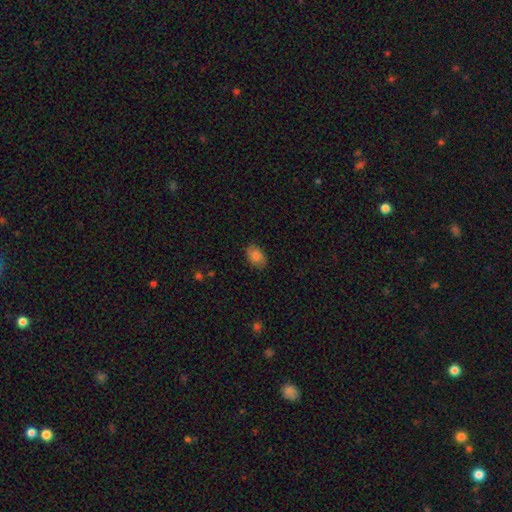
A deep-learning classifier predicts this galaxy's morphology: A smooth galaxy with no disk features (83%) that is in between round and cigar-shaped (88%).

Vote fractions:
- Smooth or featured? smooth: 83% / featured or disk: 9% / star or artifact: 8%
- How rounded? in between: 88% / round: 11% / cigar-shaped: 1%
- Merging? none: 85% / minor disturbance: 12% / major disturbance: 2% / merger: 1%